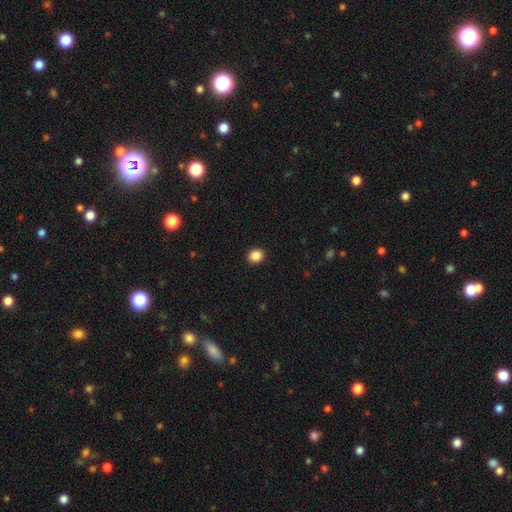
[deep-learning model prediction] This is clearly a smooth galaxy (87%). How rounded: likely round (72%). Merging: clearly none (92%).